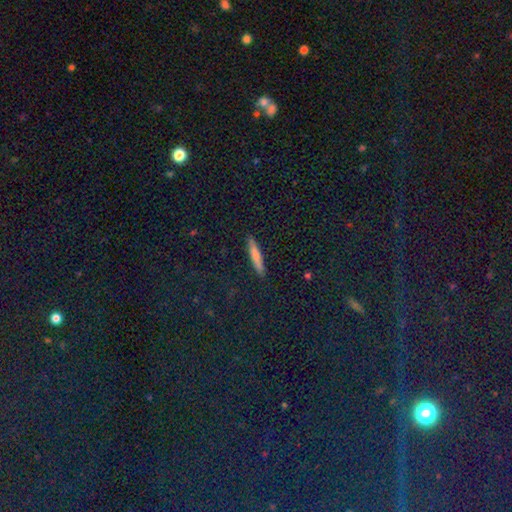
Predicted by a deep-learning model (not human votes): This is likely a smooth galaxy (70%). How rounded: clearly cigar-shaped (90%). Merging: clearly none (90%).